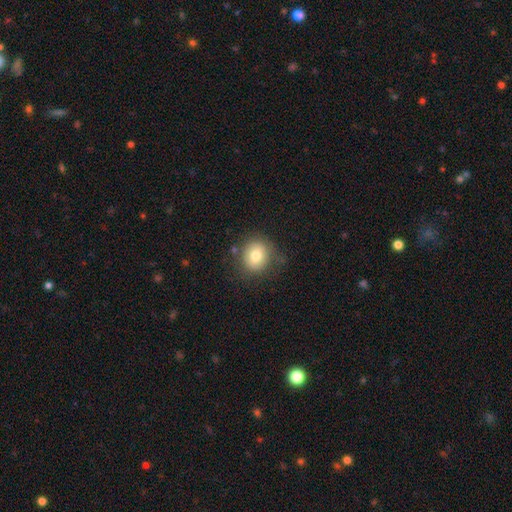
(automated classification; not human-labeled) smooth 77%, featured or disk 14%, star or artifact 10%. Down the decision tree: how rounded — round (77%); merging — none (76%).